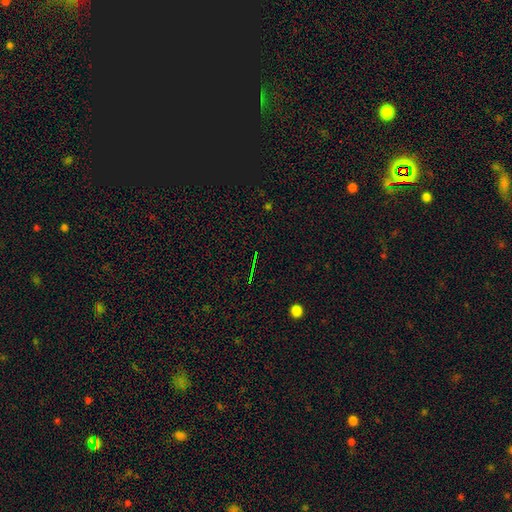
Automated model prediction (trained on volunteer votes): smooth_or_featured: star or artifact (p=0.73) [alt: smooth p=0.15]